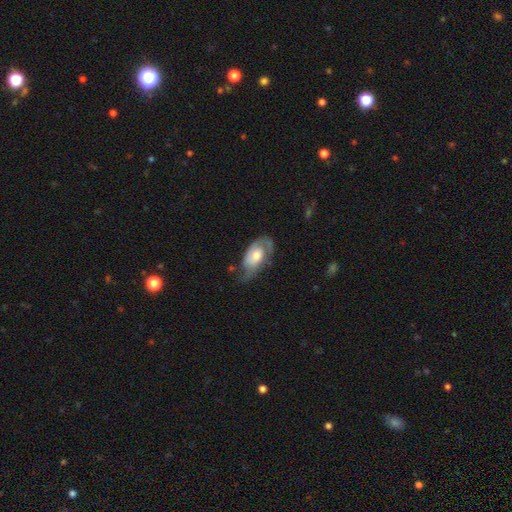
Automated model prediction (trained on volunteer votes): smooth-or-featured: featured or disk: 63% | smooth: 31% | star or artifact: 6%
  disk-edge-on: no: 93% | yes: 7%
    bar: no: 71% | weak: 24% | strong: 5%
    has-spiral-arms: yes: 81% | no: 19%
    bulge-size: moderate: 60% | small: 19% | large: 17% | none: 2% | dominant: 2%
  merging: none: 46% | minor disturbance: 31% | major disturbance: 21% | merger: 2%